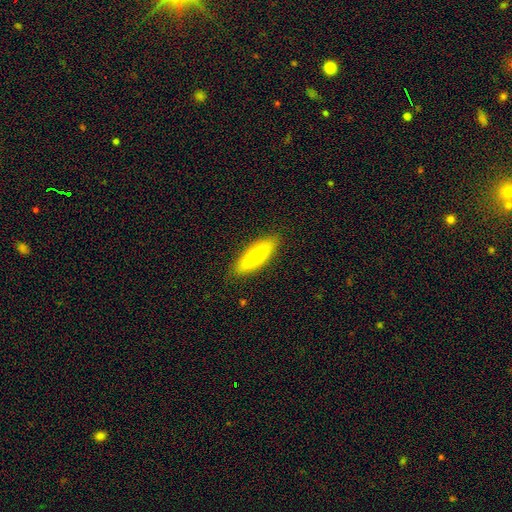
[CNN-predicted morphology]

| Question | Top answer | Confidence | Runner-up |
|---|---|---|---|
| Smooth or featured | smooth | 66% | featured or disk (27%) |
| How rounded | cigar-shaped | 52% | in between (46%) |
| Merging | none | 88% | minor disturbance (9%) |